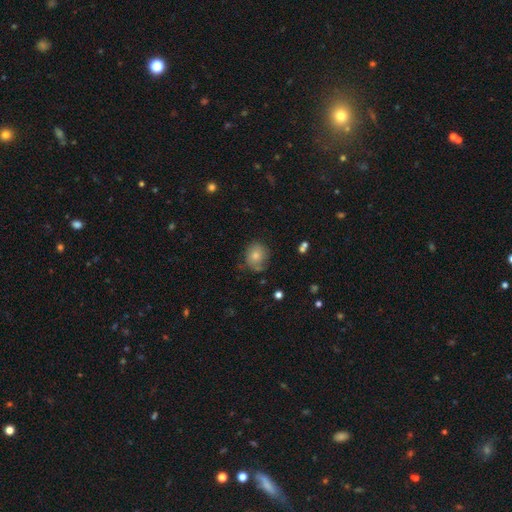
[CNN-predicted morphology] smooth-or-featured: smooth: 74% | featured or disk: 15% | star or artifact: 10%
  how-rounded: round: 76% | in between: 23% | cigar-shaped: 1%
  merging: none: 66% | minor disturbance: 24% | major disturbance: 7% | merger: 3%